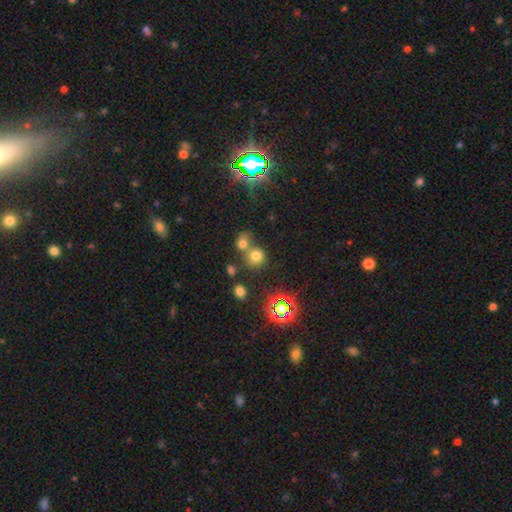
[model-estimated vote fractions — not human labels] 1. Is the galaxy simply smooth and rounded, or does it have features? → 70% smooth, 21% star or artifact, 9% featured or disk.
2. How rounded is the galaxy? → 84% round, 15% in between, 1% cigar-shaped.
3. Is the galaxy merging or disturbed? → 50% none, 39% merger, 8% minor disturbance, 4% major disturbance.